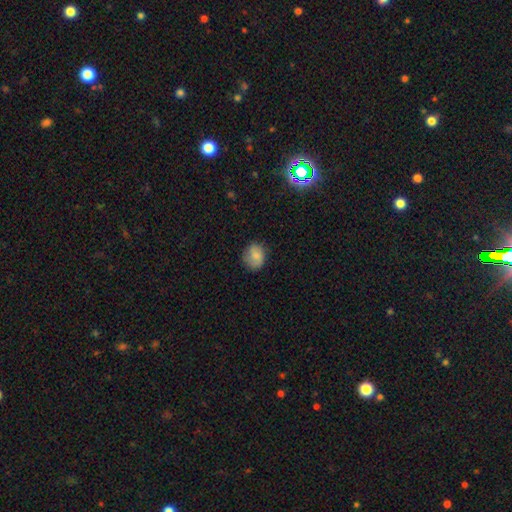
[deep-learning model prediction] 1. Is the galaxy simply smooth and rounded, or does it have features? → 77% smooth, 15% featured or disk, 9% star or artifact.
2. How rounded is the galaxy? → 65% round, 34% in between, 1% cigar-shaped.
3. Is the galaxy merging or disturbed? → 73% none, 20% minor disturbance, 6% major disturbance, 1% merger.